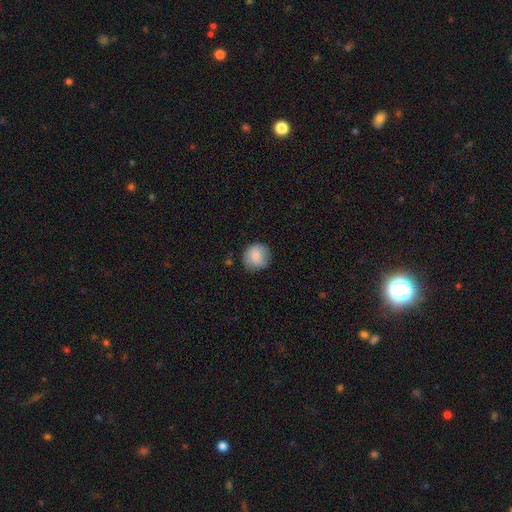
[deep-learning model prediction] Morphology: type=smooth (82%); roundness=round (92%); merging=none (82%).